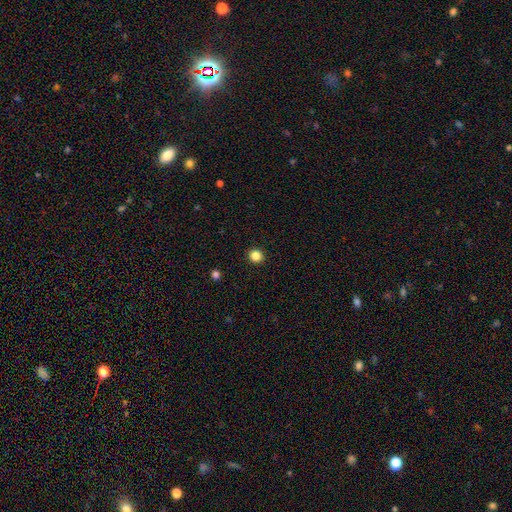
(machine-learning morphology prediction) smooth-or-featured: smooth: 85% | star or artifact: 11% | featured or disk: 3%
  how-rounded: round: 92% | in between: 8% | cigar-shaped: 1%
  merging: none: 93% | minor disturbance: 5% | major disturbance: 2% | merger: 1%